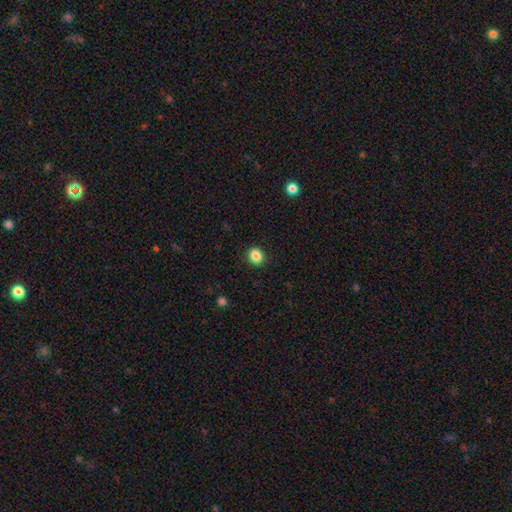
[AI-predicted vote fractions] This is clearly a smooth galaxy (86%). How rounded: likely round (64%). Merging: clearly none (90%).